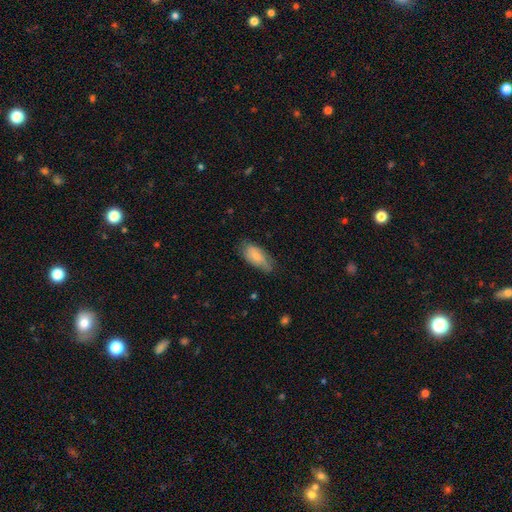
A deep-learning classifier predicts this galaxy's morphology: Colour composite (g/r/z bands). It shows a smooth galaxy with no disk features (74%) that is in between round and cigar-shaped (89%). Merging: none (60%).